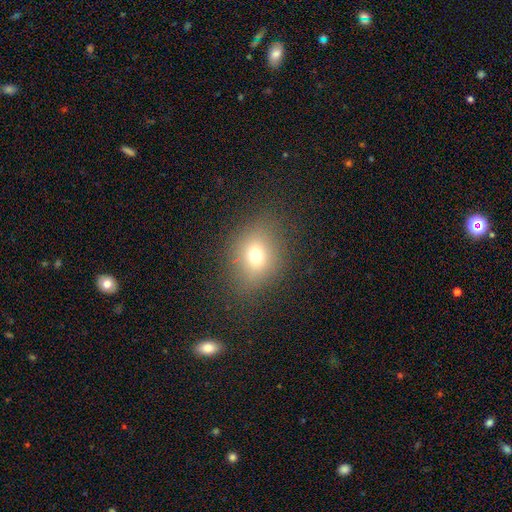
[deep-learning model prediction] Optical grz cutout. It shows a smooth galaxy with no disk features (69%) that is round (53%). Merging: none (82%).